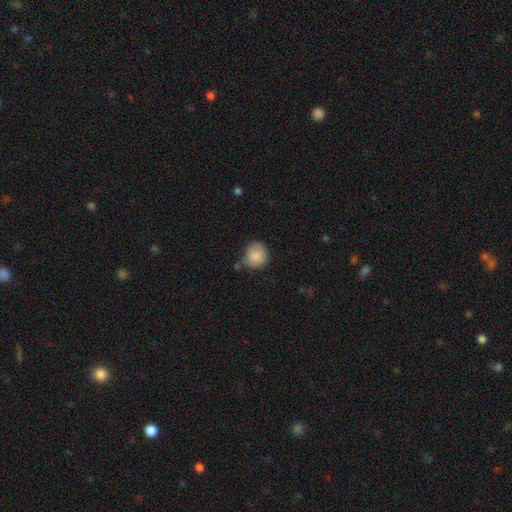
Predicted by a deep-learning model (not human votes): A smooth galaxy with no disk features (84%) that is round (84%). Merging: none (54%).